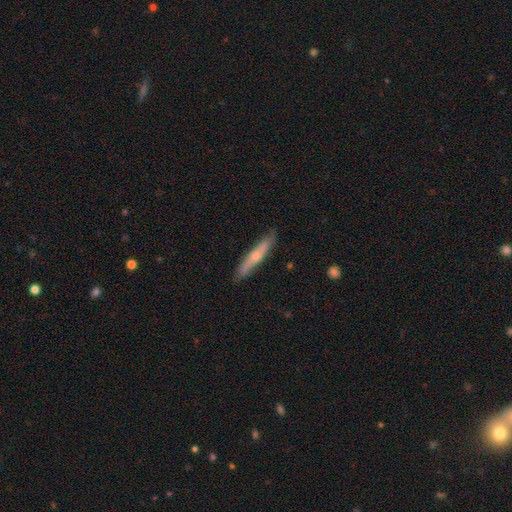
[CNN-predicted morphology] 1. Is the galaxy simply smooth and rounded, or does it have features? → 48% smooth, 46% featured or disk, 6% star or artifact.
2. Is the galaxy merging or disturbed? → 84% none, 13% minor disturbance, 2% major disturbance, 1% merger.